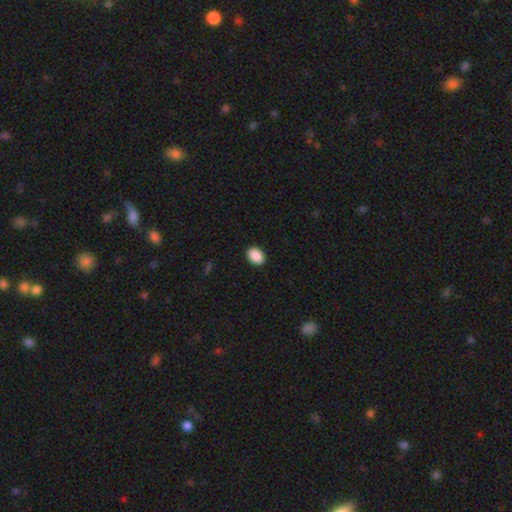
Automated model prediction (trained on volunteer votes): This appears to be a smooth galaxy with no disk features (90%) that is in between round and cigar-shaped (77%). Merging: none (91%).